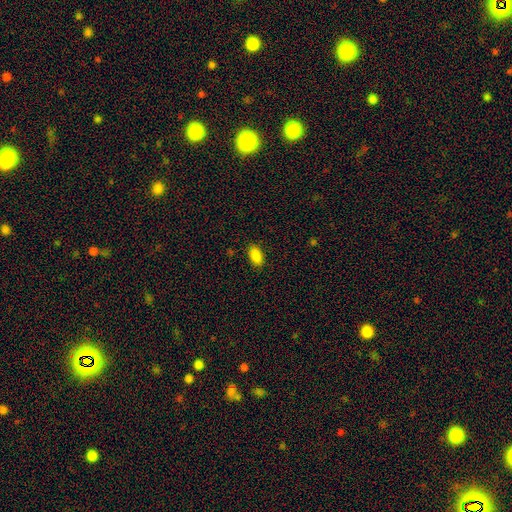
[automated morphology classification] Smooth or featured? smooth (89%)
How rounded? in between (92%)
Merging? none (88%)